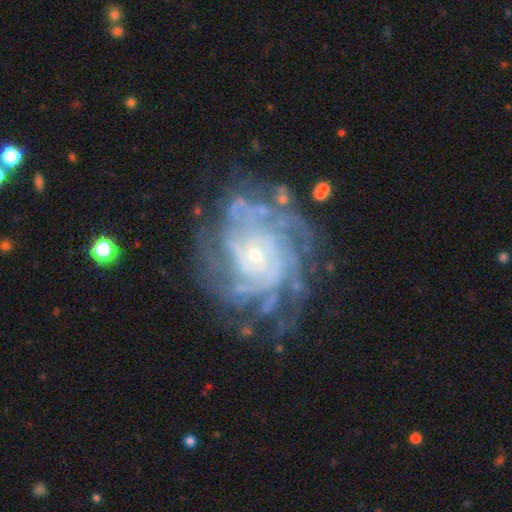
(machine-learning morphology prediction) smooth-or-featured: featured or disk: 90% | star or artifact: 6% | smooth: 4%
  disk-edge-on: no: 97% | yes: 3%
    bar: no: 73% | weak: 21% | strong: 6%
    has-spiral-arms: yes: 97% | no: 3%
      spiral-winding: tight: 72% | medium: 24% | loose: 5%
      spiral-arm-count: 4: 26% | more than 4: 25% | can't tell: 22% | 3: 12% | 2: 8% | 1: 7%
    bulge-size: small: 76% | moderate: 20% | large: 2% | none: 2% | dominant: 1%
  merging: none: 71% | minor disturbance: 17% | major disturbance: 10% | merger: 2%